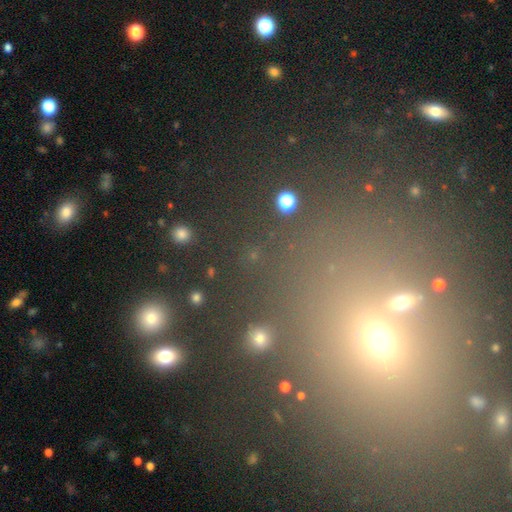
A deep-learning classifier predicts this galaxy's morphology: This appears to be a smooth galaxy with no disk features (56%) that is round (75%). Merging: none (85%).